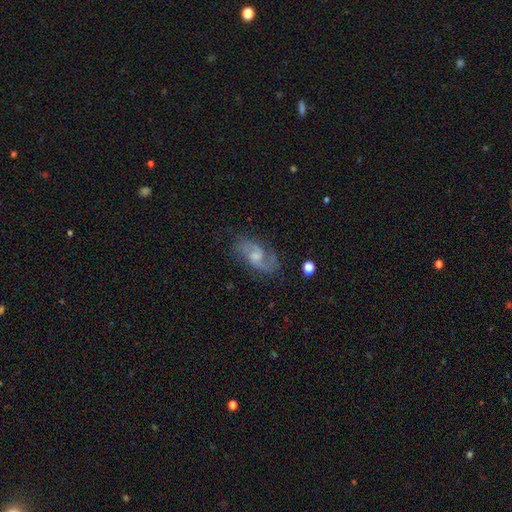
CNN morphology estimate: Overall: featured or disk (81%). Edge-on disk: no (96%). Bar: no (52%; weak 42%). Spiral arms: yes (95%). Spiral arm count: 2 (86%). Spiral winding: medium (52%; loose 27%). Bulge size: moderate (49%; small 33%). Merging: none (76%).